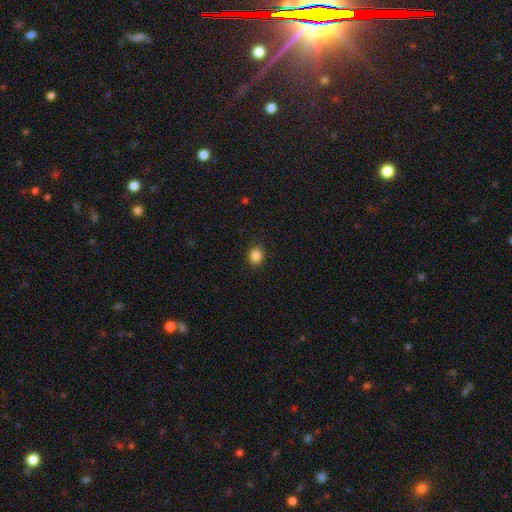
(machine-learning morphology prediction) Overall: smooth (86%). How rounded: round (71%). Merging: none (90%).